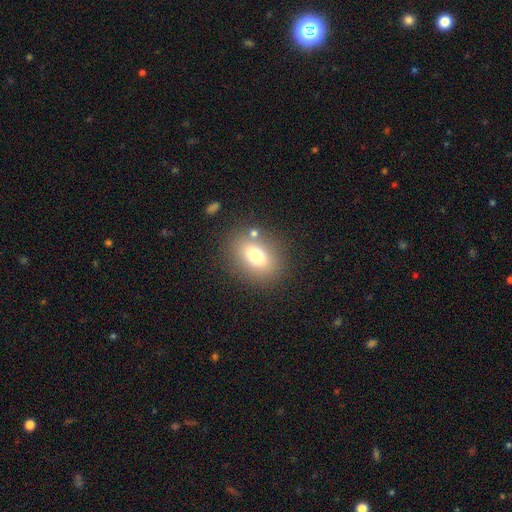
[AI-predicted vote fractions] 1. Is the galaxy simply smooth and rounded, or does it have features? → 75% smooth, 15% featured or disk, 11% star or artifact.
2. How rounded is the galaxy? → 71% in between, 27% round, 2% cigar-shaped.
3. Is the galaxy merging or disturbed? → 78% none, 11% minor disturbance, 6% merger, 4% major disturbance.